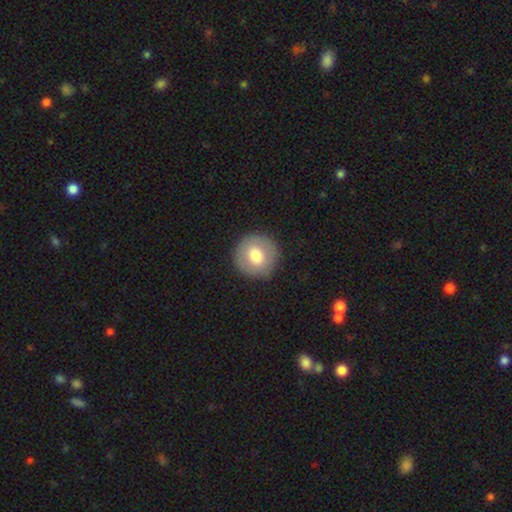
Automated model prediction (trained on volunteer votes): A smooth galaxy with no disk features (72%) that is round (94%). Merging: none (88%).